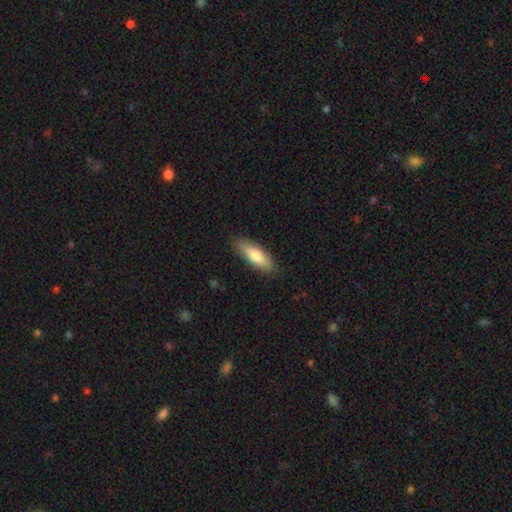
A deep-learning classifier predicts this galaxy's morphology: This appears to be a smooth galaxy with no disk features (74%) that is in between round and cigar-shaped (54%). Merging: none (87%).